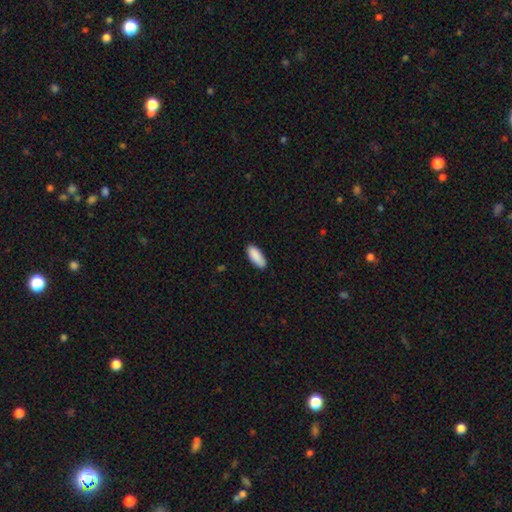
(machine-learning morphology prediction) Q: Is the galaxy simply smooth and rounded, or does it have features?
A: smooth — 90%.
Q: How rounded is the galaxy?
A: in between — 81%.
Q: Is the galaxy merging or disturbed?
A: none — 85%.